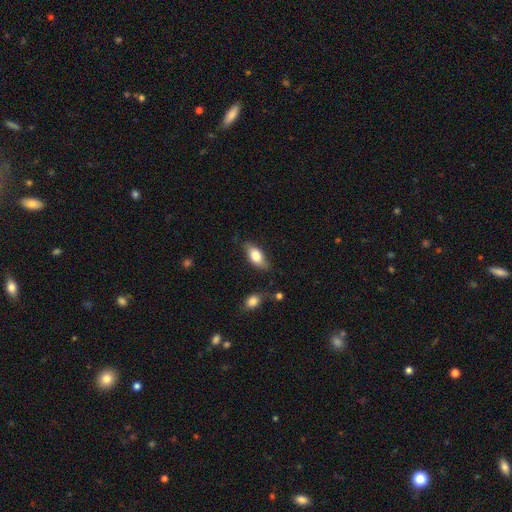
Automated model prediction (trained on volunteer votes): smooth 76%, featured or disk 17%, star or artifact 6%. Down the decision tree: how rounded — in between (86%); merging — none (74%).